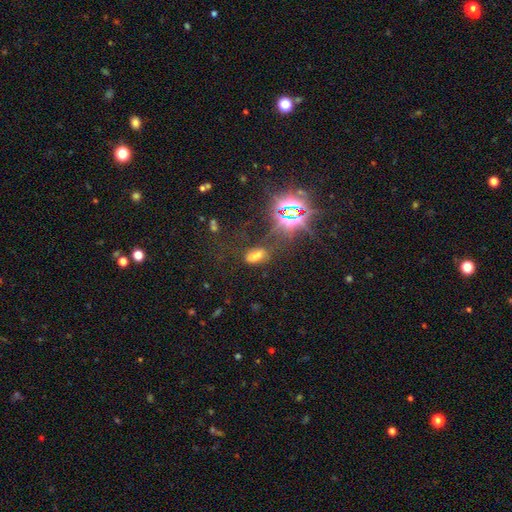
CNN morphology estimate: type=smooth (48%); merging=none (51%).